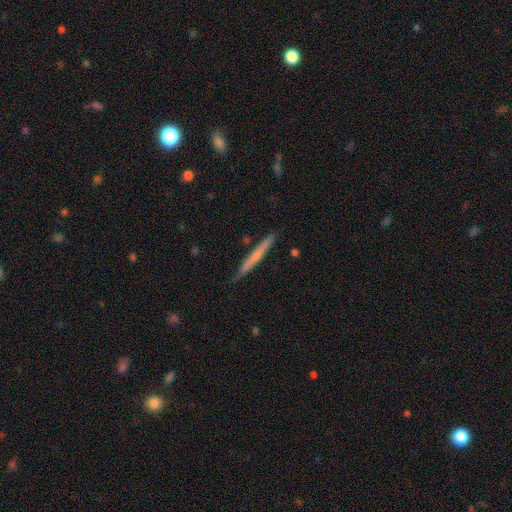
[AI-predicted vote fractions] A smooth galaxy with no disk features (53%) that is cigar-shaped (97%). Merging: none (86%).